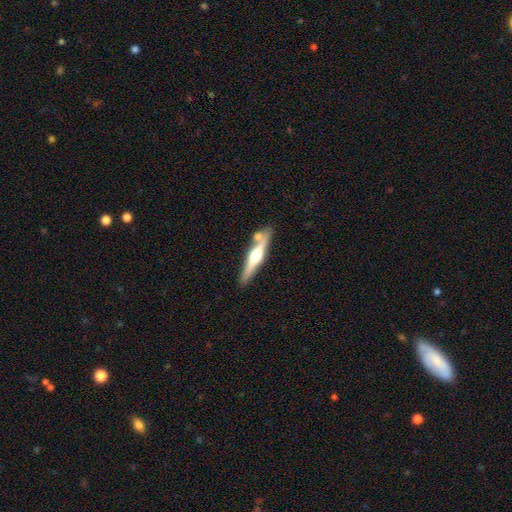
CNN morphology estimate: smooth-or-featured: featured or disk: 65% | smooth: 30% | star or artifact: 5%
  disk-edge-on: yes: 96% | no: 4%
    edge-on-bulge: rounded: 91% | boxy: 5% | none: 4%
  merging: none: 74% | merger: 12% | minor disturbance: 11% | major disturbance: 3%